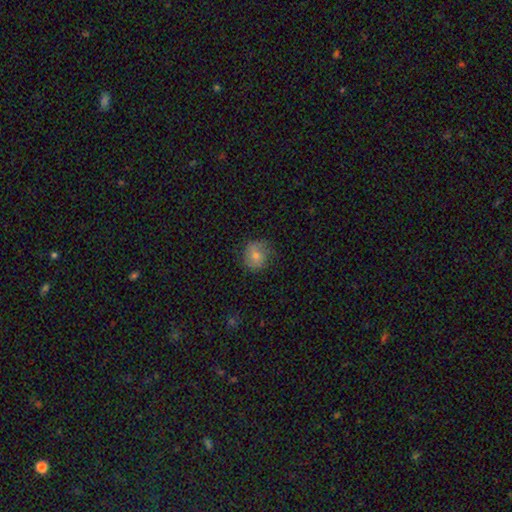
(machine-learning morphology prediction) A smooth galaxy with no disk features (63%) that is round (78%).

Vote fractions:
- Smooth or featured? smooth: 63% / featured or disk: 26% / star or artifact: 11%
- How rounded? round: 78% / in between: 21% / cigar-shaped: 1%
- Merging? none: 72% / minor disturbance: 21% / major disturbance: 7% / merger: 1%